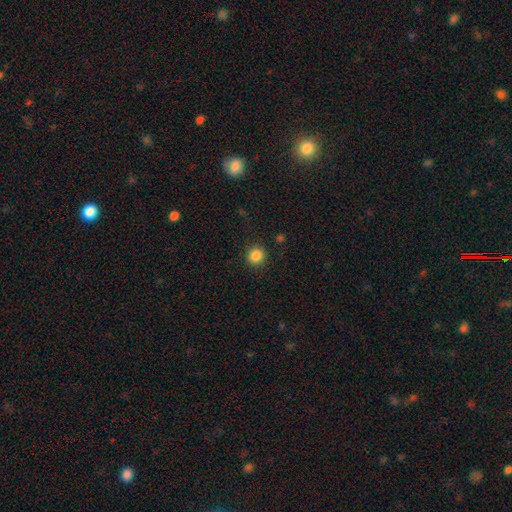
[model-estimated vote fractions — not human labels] A smooth galaxy with no disk features (86%) that is round (90%).

Vote fractions:
- Smooth or featured? smooth: 86% / star or artifact: 11% / featured or disk: 4%
- How rounded? round: 90% / in between: 9% / cigar-shaped: 1%
- Merging? none: 89% / minor disturbance: 7% / major disturbance: 3% / merger: 1%